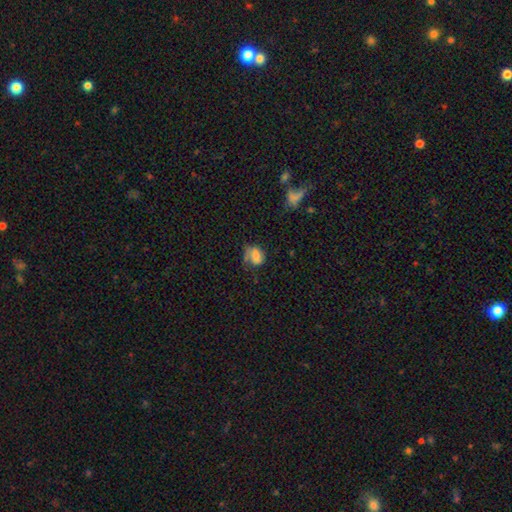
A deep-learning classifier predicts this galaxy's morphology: Smooth or featured?
  - smooth: 68% *
  - featured or disk: 21%
  - star or artifact: 11%
How rounded?
  - in between: 67% *
  - round: 31%
  - cigar-shaped: 2%
Merging?
  - none: 40% *
  - minor disturbance: 29%
  - major disturbance: 25%
  - merger: 6%